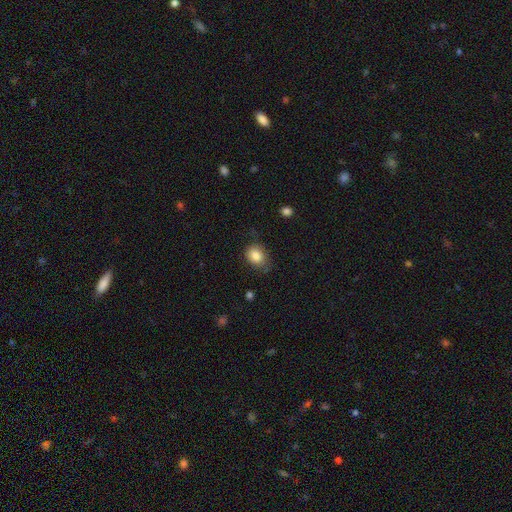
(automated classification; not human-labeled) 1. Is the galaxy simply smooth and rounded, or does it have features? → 84% smooth, 9% star or artifact, 7% featured or disk.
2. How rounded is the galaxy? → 55% in between, 44% round, 1% cigar-shaped.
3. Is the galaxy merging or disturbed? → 68% none, 25% minor disturbance, 6% major disturbance, 2% merger.